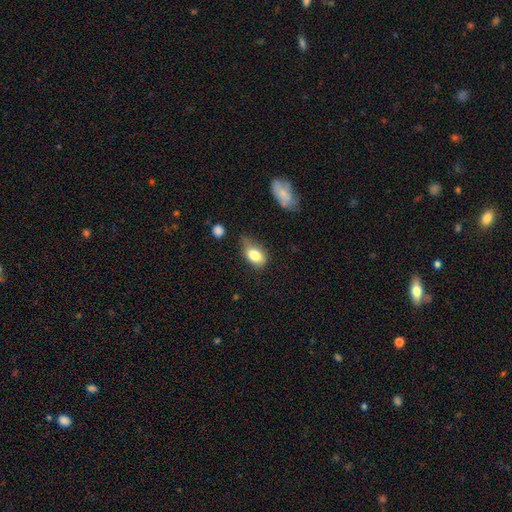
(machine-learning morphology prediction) Q: Smooth or featured?
A: smooth (79%); runner-up: featured or disk (12%)
Q: How rounded?
A: in between (85%); runner-up: round (12%)
Q: Merging?
A: minor disturbance (41%); runner-up: none (37%)